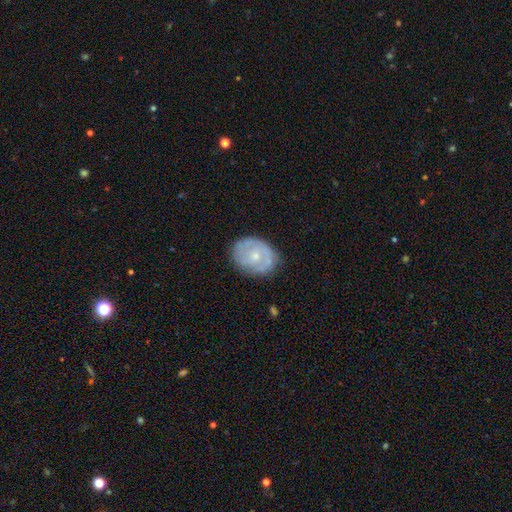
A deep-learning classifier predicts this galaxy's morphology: featured or disk 59%, smooth 35%, star or artifact 6%. Down the decision tree: edge-on disk — no (97%); bar — no (79%); spiral arms — yes (64%); bulge size — small (55%); merging — none (74%).